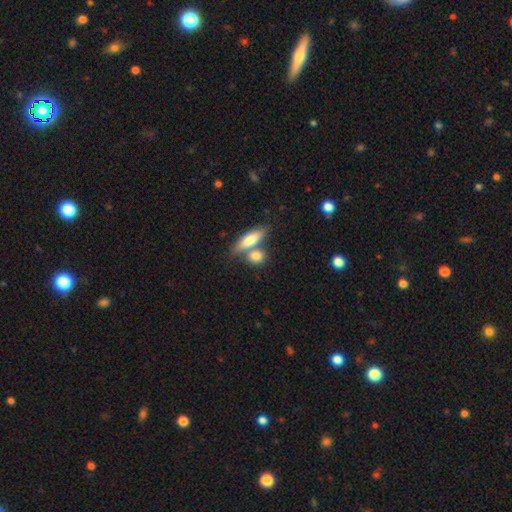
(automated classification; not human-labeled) Smooth or featured?
  - smooth: 81% *
  - featured or disk: 13%
  - star or artifact: 6%
How rounded?
  - in between: 50% *
  - round: 30%
  - cigar-shaped: 20%
Merging?
  - none: 48% *
  - merger: 39%
  - minor disturbance: 10%
  - major disturbance: 4%